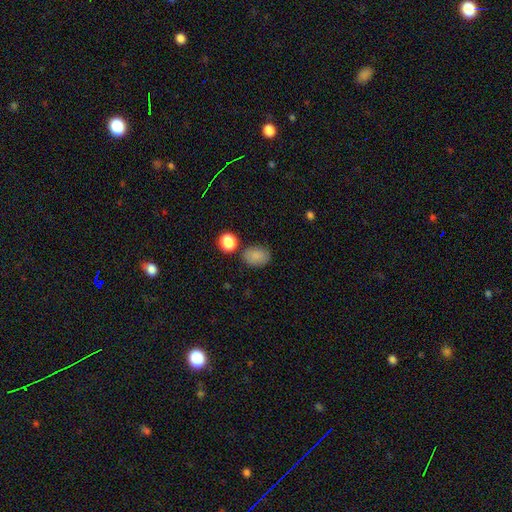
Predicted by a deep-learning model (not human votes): A smooth galaxy with no disk features (85%) that is in between round and cigar-shaped (68%). Merging: none (75%).